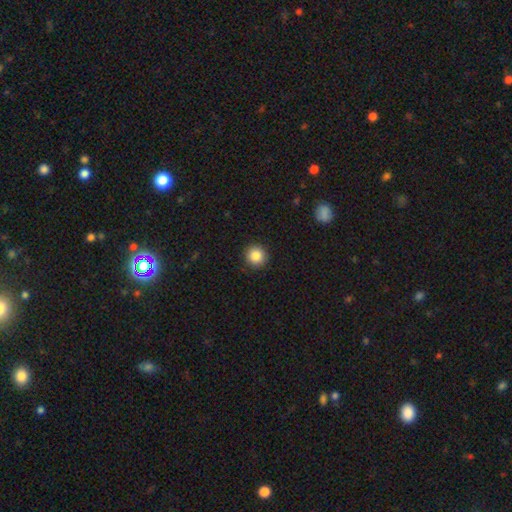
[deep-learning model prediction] Q: Smooth or featured?
A: smooth (85%); runner-up: star or artifact (10%)
Q: How rounded?
A: round (94%); runner-up: in between (5%)
Q: Merging?
A: none (92%); runner-up: minor disturbance (6%)